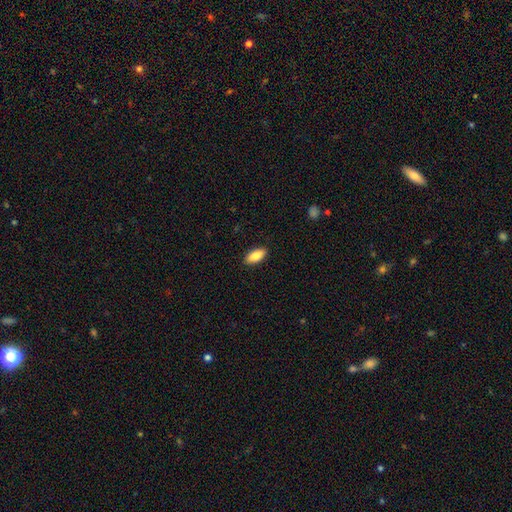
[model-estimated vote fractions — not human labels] This appears to be a smooth galaxy with no disk features (84%) that is in between round and cigar-shaped (88%). Merging: none (90%).